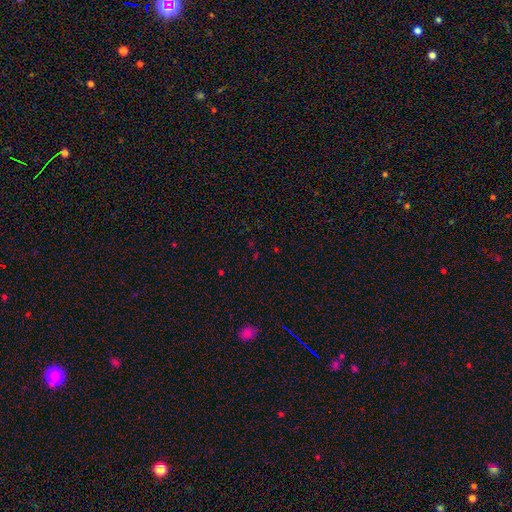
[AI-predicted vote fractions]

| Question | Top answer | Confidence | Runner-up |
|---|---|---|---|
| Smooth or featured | star or artifact | 66% | smooth (26%) |